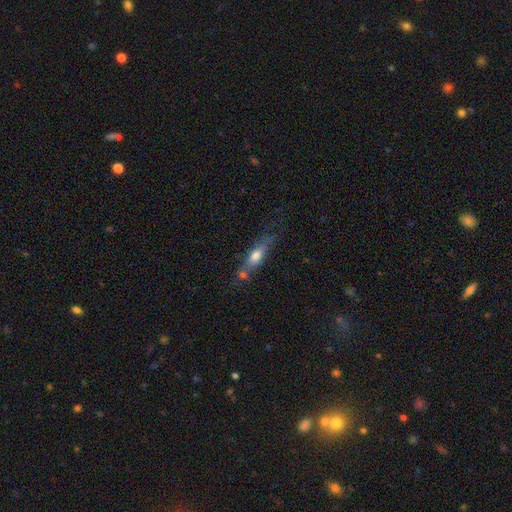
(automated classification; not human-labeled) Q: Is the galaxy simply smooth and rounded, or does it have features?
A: smooth — 57%.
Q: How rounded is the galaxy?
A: cigar-shaped — 60%.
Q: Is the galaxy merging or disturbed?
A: none — 53%.